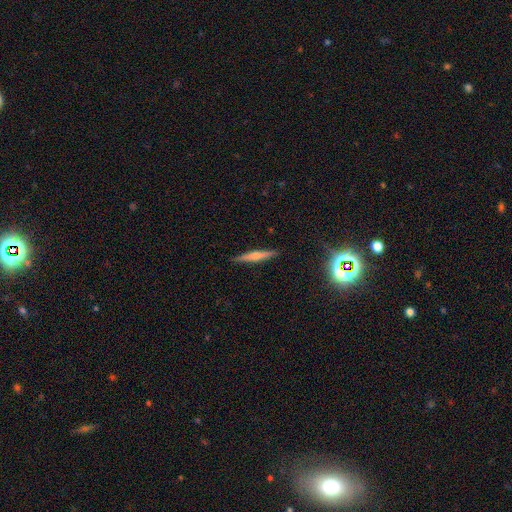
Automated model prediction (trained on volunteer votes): Smooth or featured? featured or disk (56%)
Edge-on disk? yes (96%)
Edge-on bulge? rounded (76%)
Merging? none (90%)